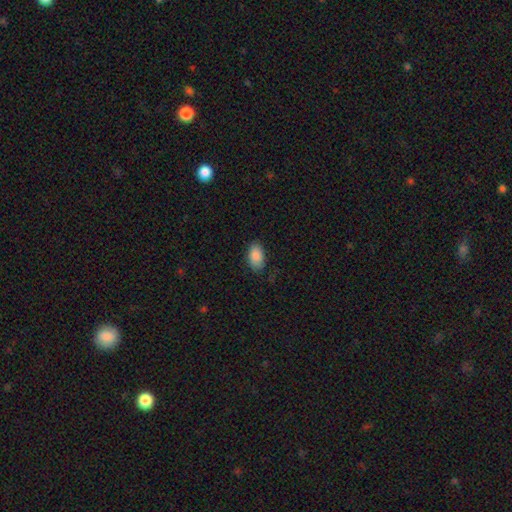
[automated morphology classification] Smooth or featured?
  - smooth: 88% *
  - star or artifact: 7%
  - featured or disk: 5%
How rounded?
  - in between: 93% *
  - round: 5%
  - cigar-shaped: 2%
Merging?
  - none: 83% *
  - minor disturbance: 13%
  - major disturbance: 3%
  - merger: 1%